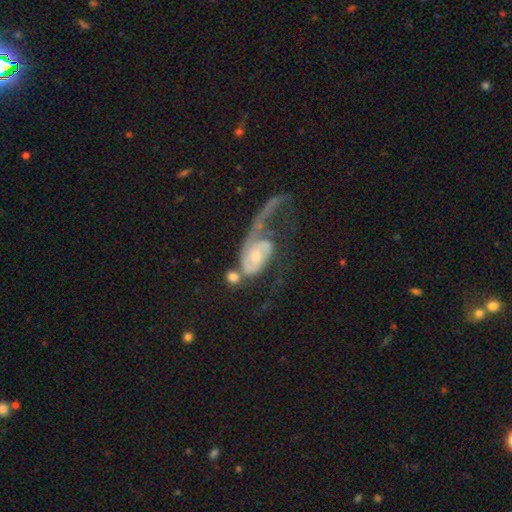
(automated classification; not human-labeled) smooth_or_featured: featured or disk (p=0.78) [alt: smooth p=0.16]
disk_edge_on: no (p=0.96) [alt: yes p=0.04]
bar: no (p=0.62) [alt: weak p=0.29]
has_spiral_arms: yes (p=0.88) [alt: no p=0.12]
spiral_winding: loose (p=0.49) [alt: medium p=0.29]
spiral_arm_count: 1 (p=0.62) [alt: 2 p=0.26]
bulge_size: moderate (p=0.54) [alt: small p=0.35]
merging: major disturbance (p=0.46) [alt: merger p=0.23]